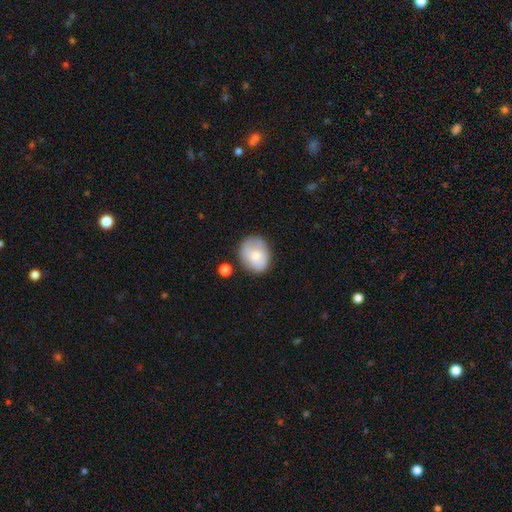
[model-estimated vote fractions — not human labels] This appears to be a smooth galaxy with no disk features (69%) that is in between round and cigar-shaped (51%). Merging: none (65%).